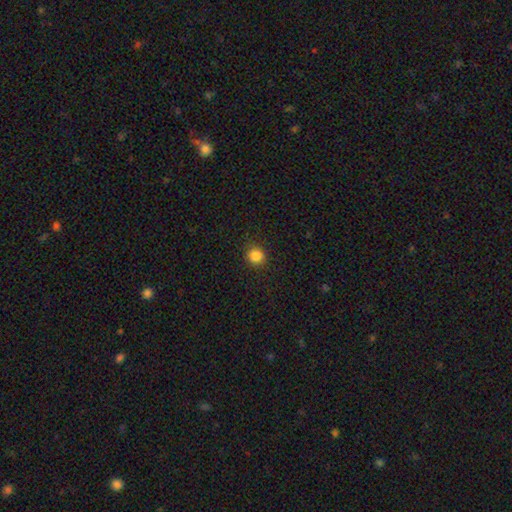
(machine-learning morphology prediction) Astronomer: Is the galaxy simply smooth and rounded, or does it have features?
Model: smooth — 86%.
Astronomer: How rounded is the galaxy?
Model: round — 89%.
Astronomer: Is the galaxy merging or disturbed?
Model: none — 90%.